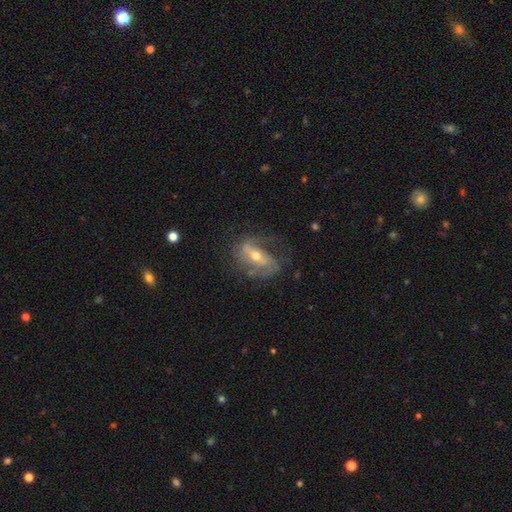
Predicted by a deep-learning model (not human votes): Overall: featured or disk (78%). Edge-on disk: no (91%). Bar: strong (42%; weak 32%). Spiral arms: yes (83%). Spiral arm count: 2 (64%). Spiral winding: medium (40%; loose 34%). Bulge size: moderate (55%; small 41%). Merging: none (59%; minor disturbance 22%).